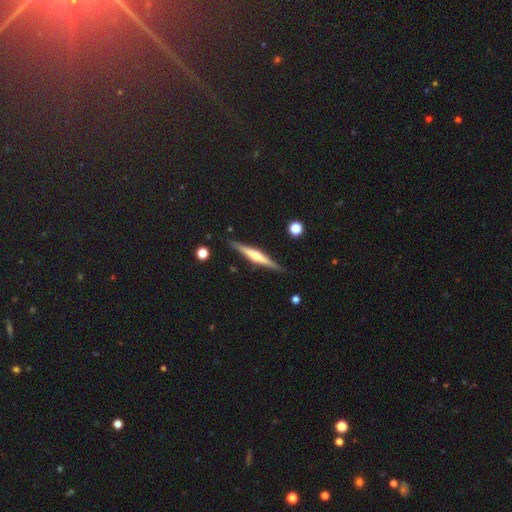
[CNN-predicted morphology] The model was most divided on "smooth or featured": featured or disk: 70%, smooth: 24%, star or artifact: 5%. More confident: edge-on disk — yes (98%); merging — none (89%); edge-on bulge — rounded (75%).